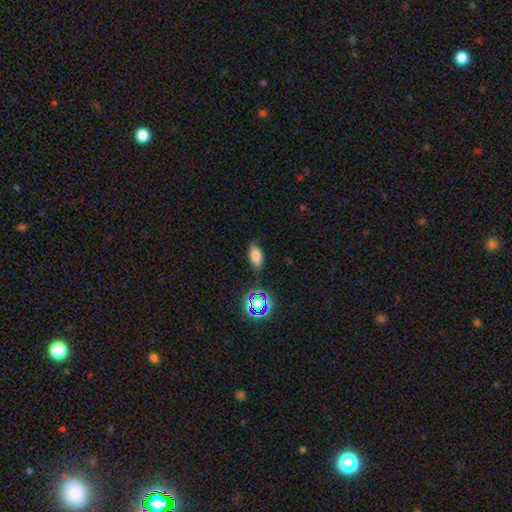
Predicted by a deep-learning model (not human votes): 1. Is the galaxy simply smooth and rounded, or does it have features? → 75% smooth, 15% star or artifact, 11% featured or disk.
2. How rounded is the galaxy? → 88% in between, 6% round, 6% cigar-shaped.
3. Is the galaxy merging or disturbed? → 81% none, 13% minor disturbance, 3% major disturbance, 2% merger.